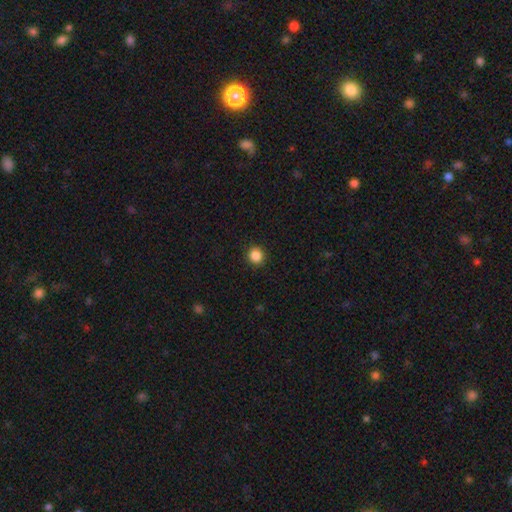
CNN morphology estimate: Smooth or featured? Predicted: smooth (p=0.87). How rounded? Predicted: round (p=0.91). Merging? Predicted: none (p=0.92).